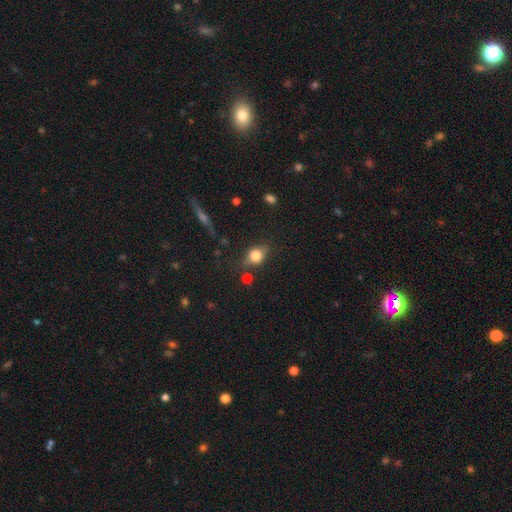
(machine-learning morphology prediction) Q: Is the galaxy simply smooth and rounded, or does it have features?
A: smooth — 72%.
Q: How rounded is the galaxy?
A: round — 52%.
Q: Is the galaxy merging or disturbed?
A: none — 70%.